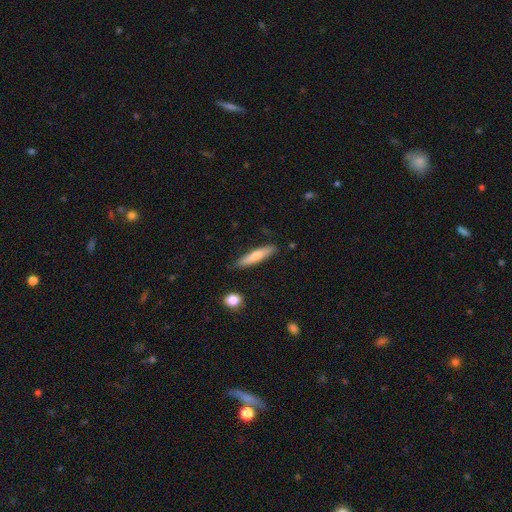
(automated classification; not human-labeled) smooth-or-featured: smooth: 69% | featured or disk: 25% | star or artifact: 6%
  how-rounded: cigar-shaped: 84% | in between: 15% | round: 2%
  merging: none: 83% | minor disturbance: 13% | major disturbance: 2% | merger: 2%